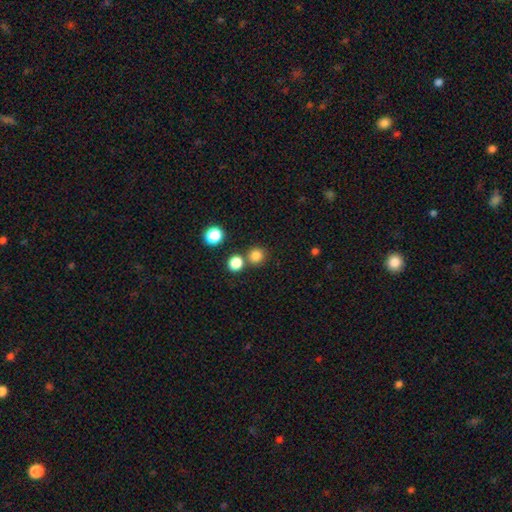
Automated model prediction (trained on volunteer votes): This is clearly a smooth galaxy (81%). How rounded: clearly round (92%). Merging: likely none (74%).